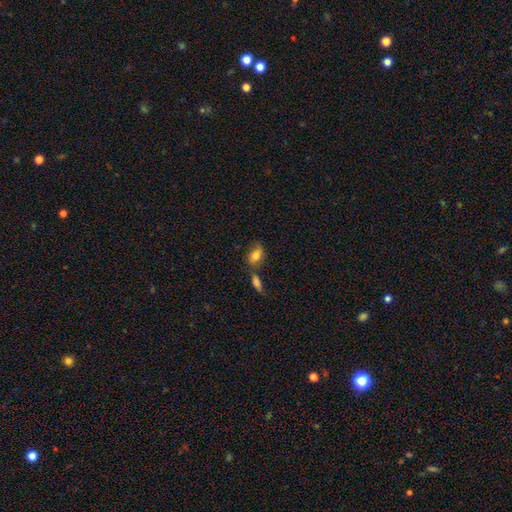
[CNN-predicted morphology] Smooth or featured? smooth (77%)
How rounded? in between (87%)
Merging? none (53%)